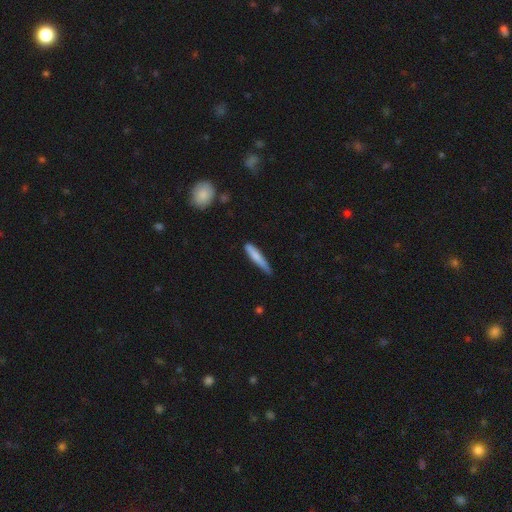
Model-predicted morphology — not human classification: Q: Smooth or featured?
A: smooth (73%); runner-up: featured or disk (21%)
Q: How rounded?
A: cigar-shaped (92%); runner-up: in between (7%)
Q: Merging?
A: none (59%); runner-up: minor disturbance (32%)